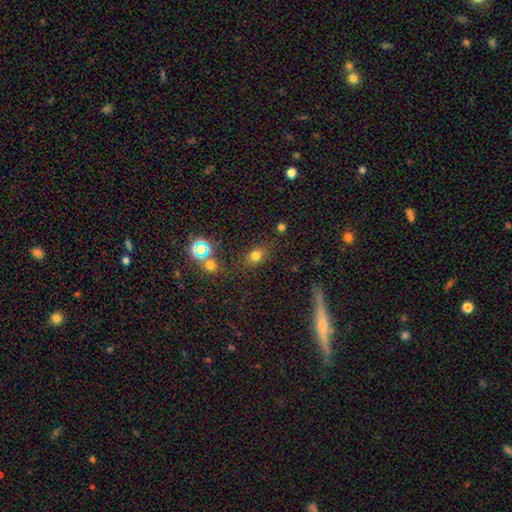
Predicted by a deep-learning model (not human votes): A smooth galaxy with no disk features (71%) that is in between round and cigar-shaped (52%). Merging: none (77%).